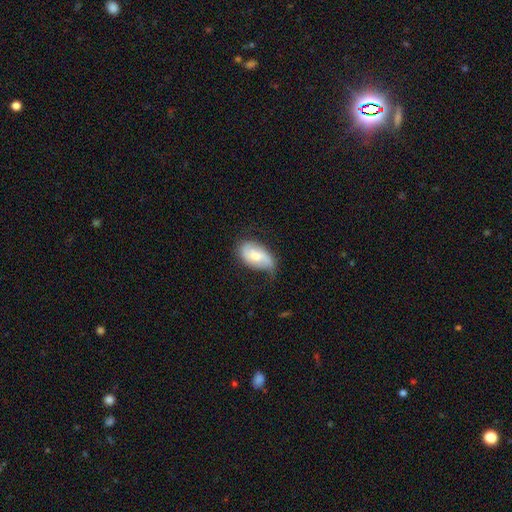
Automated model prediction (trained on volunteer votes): Smooth or featured?
  - featured or disk: 53% *
  - smooth: 41%
  - star or artifact: 6%
Edge-on disk?
  - no: 95% *
  - yes: 5%
Bar?
  - no: 51% *
  - weak: 39%
  - strong: 10%
Spiral arms?
  - yes: 86% *
  - no: 14%
Bulge size?
  - moderate: 59% *
  - small: 28%
  - large: 7%
  - none: 3%
  - dominant: 1%
Merging?
  - none: 53% *
  - minor disturbance: 34%
  - major disturbance: 11%
  - merger: 2%